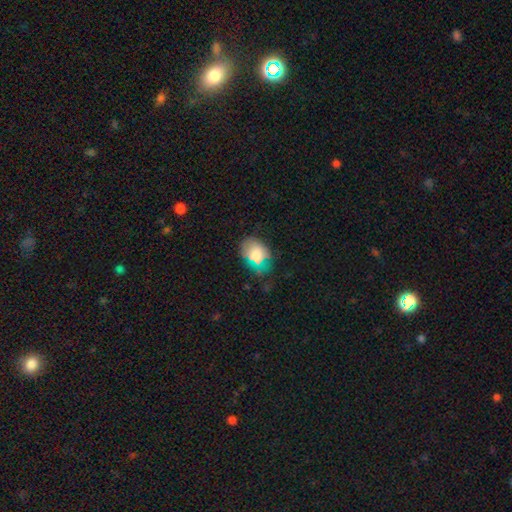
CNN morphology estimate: smooth 75%, featured or disk 16%, star or artifact 9%. Down the decision tree: how rounded — in between (70%); merging — none (52%).